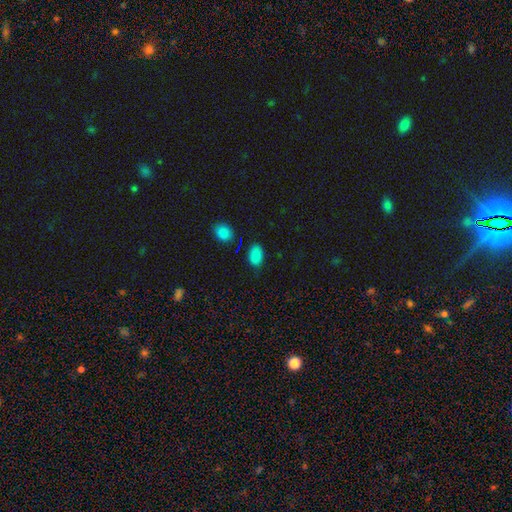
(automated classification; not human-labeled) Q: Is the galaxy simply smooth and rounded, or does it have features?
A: smooth — 83%.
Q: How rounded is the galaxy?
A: in between — 88%.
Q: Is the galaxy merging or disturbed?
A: none — 80%.